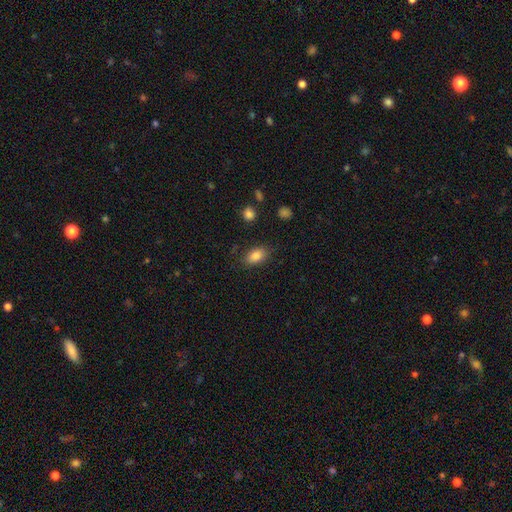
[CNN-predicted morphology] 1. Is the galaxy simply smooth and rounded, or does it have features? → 84% smooth, 9% star or artifact, 8% featured or disk.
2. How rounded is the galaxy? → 87% in between, 11% round, 2% cigar-shaped.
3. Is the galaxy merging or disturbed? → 82% none, 13% minor disturbance, 3% major disturbance, 2% merger.